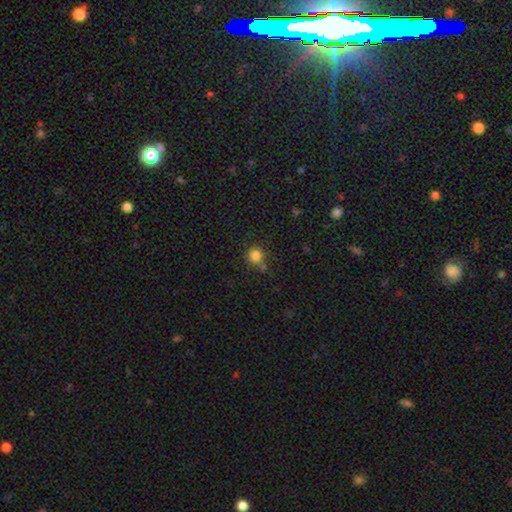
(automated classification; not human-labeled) Q: Smooth or featured?
A: smooth (83%); runner-up: star or artifact (13%)
Q: How rounded?
A: round (93%); runner-up: in between (6%)
Q: Merging?
A: none (73%); runner-up: merger (13%)